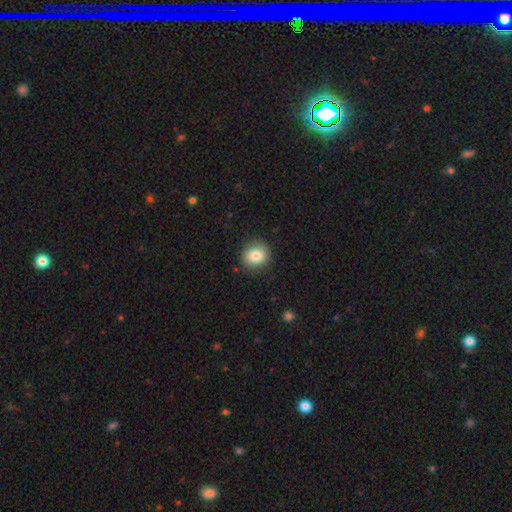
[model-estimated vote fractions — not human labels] Smooth or featured: smooth — 83% (star or artifact — 9%)
How rounded: round — 81% (in between — 18%)
Merging: none — 87% (minor disturbance — 9%)